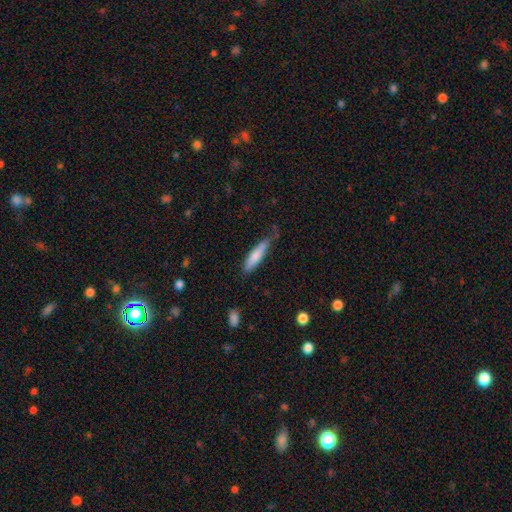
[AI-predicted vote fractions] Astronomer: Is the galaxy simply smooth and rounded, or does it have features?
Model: smooth — 77%.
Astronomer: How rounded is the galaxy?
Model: cigar-shaped — 78%.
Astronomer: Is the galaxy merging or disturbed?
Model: none — 63%.